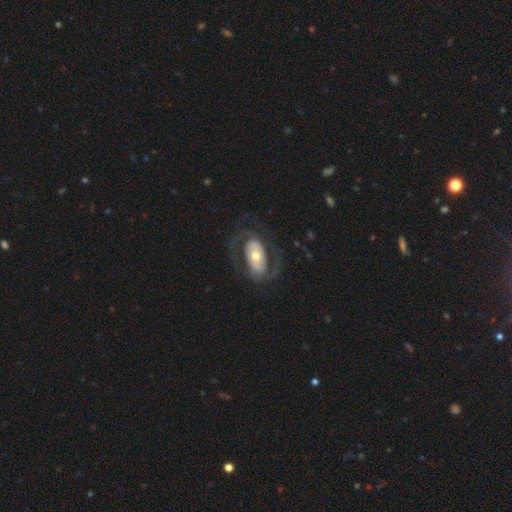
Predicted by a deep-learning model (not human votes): This is likely a featured or disk galaxy (74%). It is clearly not viewed edge-on (94%). Bar: possibly no (48%). Spiral arm pattern: likely yes (74%). Spiral arm count: clearly 2 (84%). Spiral winding: possibly medium (46%). Central bulge: likely moderate (66%). Merging: likely none (69%).